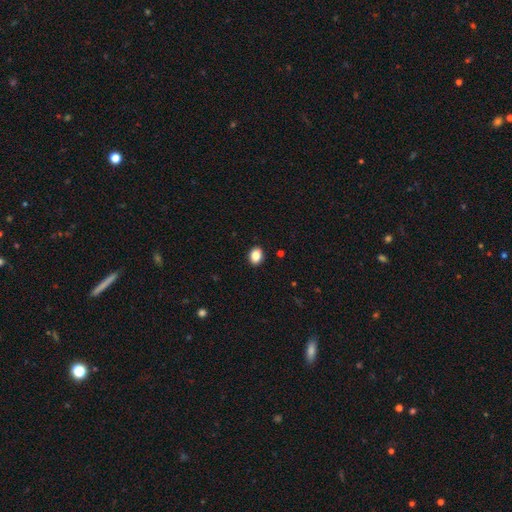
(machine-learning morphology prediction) Smooth or featured?
  - smooth: 86% *
  - star or artifact: 9%
  - featured or disk: 5%
How rounded?
  - in between: 60% *
  - round: 39%
  - cigar-shaped: 1%
Merging?
  - none: 91% *
  - minor disturbance: 6%
  - major disturbance: 2%
  - merger: 1%